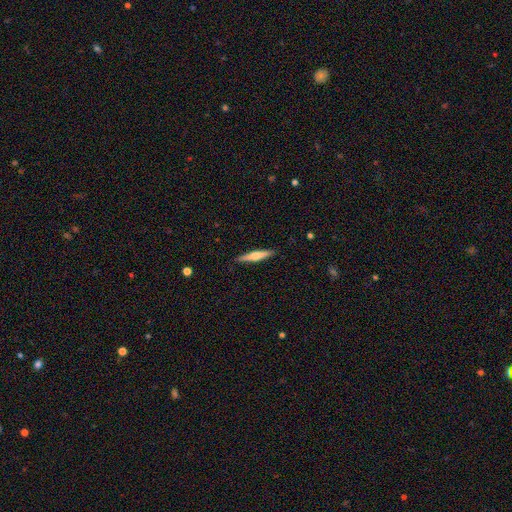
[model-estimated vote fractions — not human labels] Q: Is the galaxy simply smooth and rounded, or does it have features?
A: smooth — 48%.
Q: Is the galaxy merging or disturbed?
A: none — 90%.